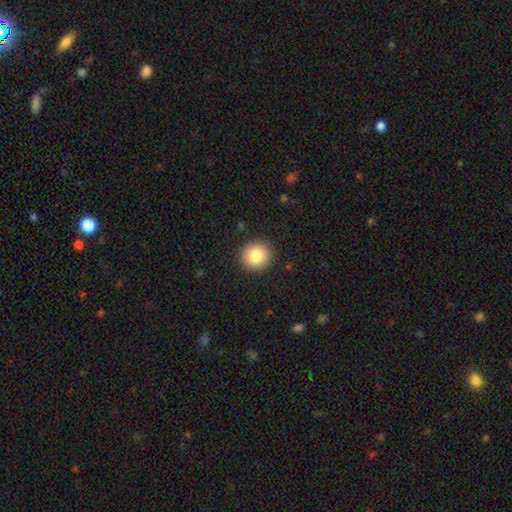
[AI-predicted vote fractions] Q: Smooth or featured?
A: smooth (83%); runner-up: star or artifact (9%)
Q: How rounded?
A: round (93%); runner-up: in between (6%)
Q: Merging?
A: none (92%); runner-up: minor disturbance (6%)